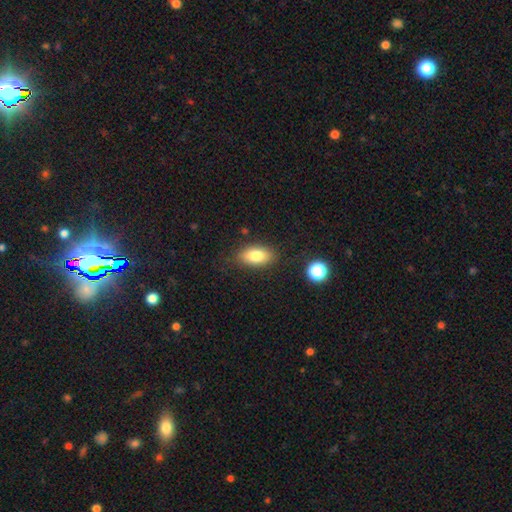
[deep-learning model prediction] A smooth galaxy with no disk features (81%) that is in between round and cigar-shaped (89%).

Vote fractions:
- Smooth or featured? smooth: 81% / featured or disk: 11% / star or artifact: 8%
- How rounded? in between: 89% / round: 7% / cigar-shaped: 5%
- Merging? none: 83% / minor disturbance: 11% / major disturbance: 3% / merger: 2%